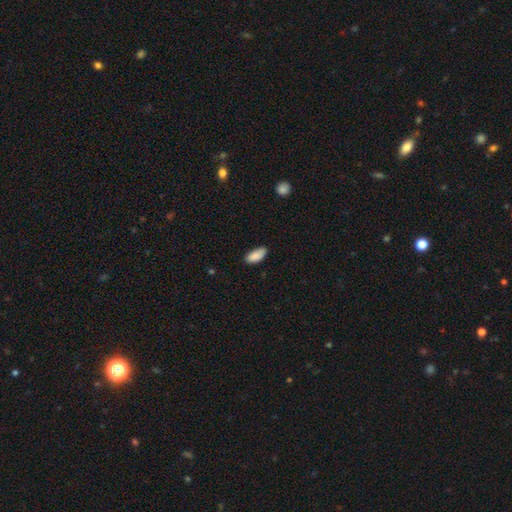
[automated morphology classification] A smooth galaxy with no disk features (89%) that is in between round and cigar-shaped (91%).

Vote fractions:
- Smooth or featured? smooth: 89% / star or artifact: 7% / featured or disk: 4%
- How rounded? in between: 91% / cigar-shaped: 7% / round: 2%
- Merging? none: 76% / minor disturbance: 20% / major disturbance: 3% / merger: 1%